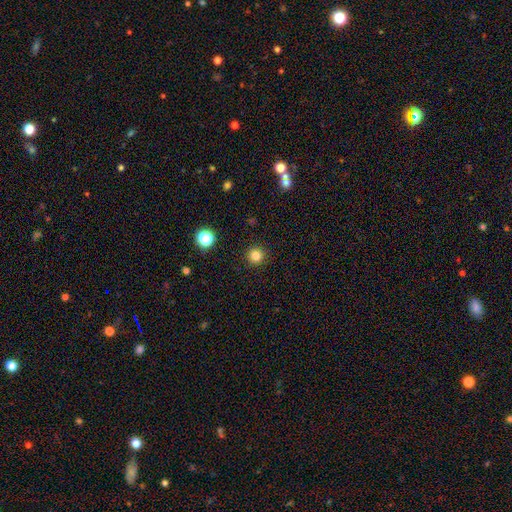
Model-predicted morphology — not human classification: This is clearly a smooth galaxy (82%). How rounded: clearly round (95%). Merging: clearly none (92%).